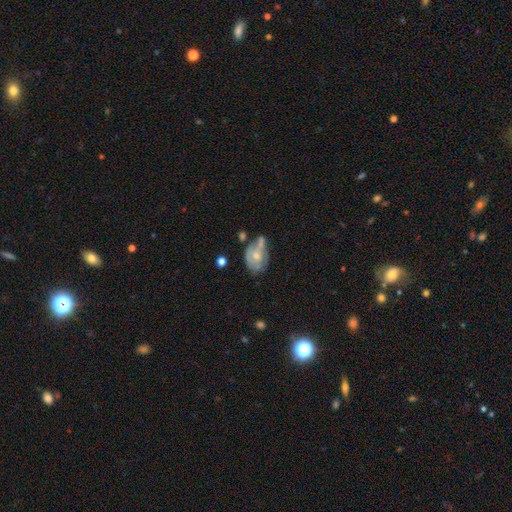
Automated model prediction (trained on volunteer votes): A featured or disk galaxy (52%).

Vote fractions:
- Smooth or featured? featured or disk: 52% / smooth: 40% / star or artifact: 8%
- Edge-on disk? no: 96% / yes: 4%
- Merging? none: 31% / minor disturbance: 29% / major disturbance: 21% / merger: 19%